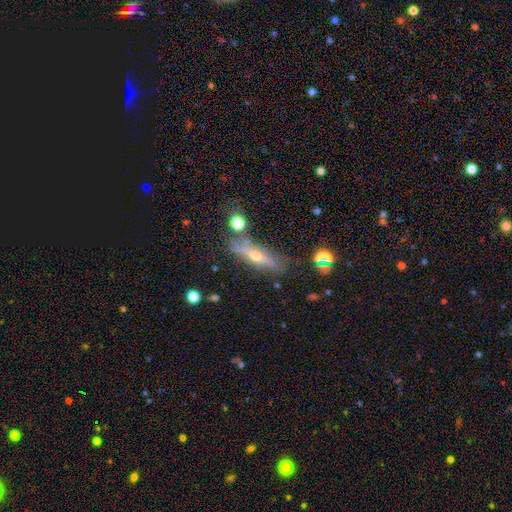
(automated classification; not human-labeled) Q: Smooth or featured?
A: featured or disk (64%); runner-up: smooth (27%)
Q: Edge-on disk?
A: yes (87%); runner-up: no (13%)
Q: Edge-on bulge?
A: rounded (91%); runner-up: none (6%)
Q: Merging?
A: none (72%); runner-up: minor disturbance (15%)